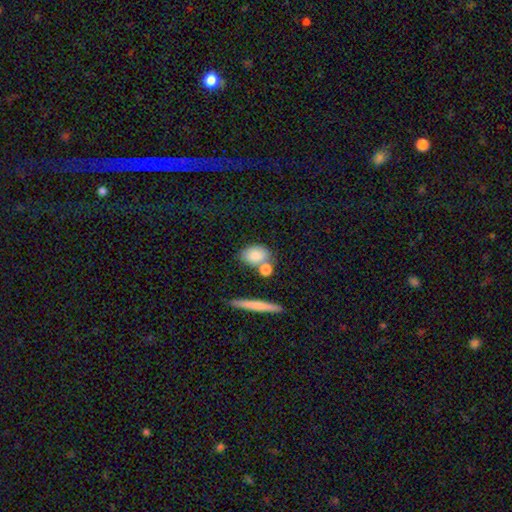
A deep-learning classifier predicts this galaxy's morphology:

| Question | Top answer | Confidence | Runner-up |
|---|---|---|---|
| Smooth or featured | smooth | 81% | featured or disk (11%) |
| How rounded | in between | 66% | round (28%) |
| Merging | none | 57% | merger (24%) |